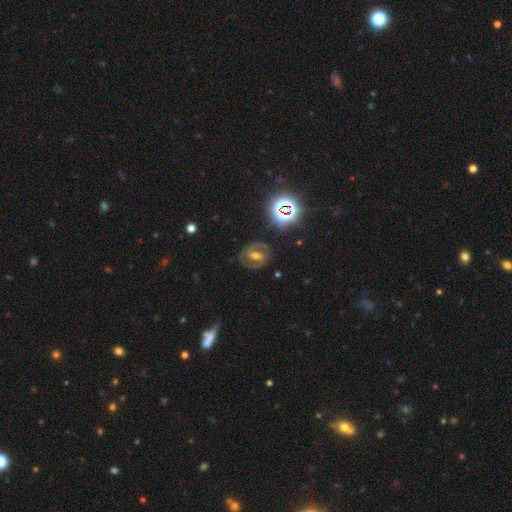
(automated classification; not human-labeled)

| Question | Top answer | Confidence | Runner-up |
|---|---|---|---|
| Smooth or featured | featured or disk | 78% | star or artifact (13%) |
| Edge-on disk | no | 97% | yes (3%) |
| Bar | strong | 47% | weak (35%) |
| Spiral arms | yes | 92% | no (8%) |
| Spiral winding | medium | 49% | tight (42%) |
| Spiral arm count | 2 | 90% | can't tell (5%) |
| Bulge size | moderate | 62% | small (29%) |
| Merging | none | 82% | minor disturbance (11%) |